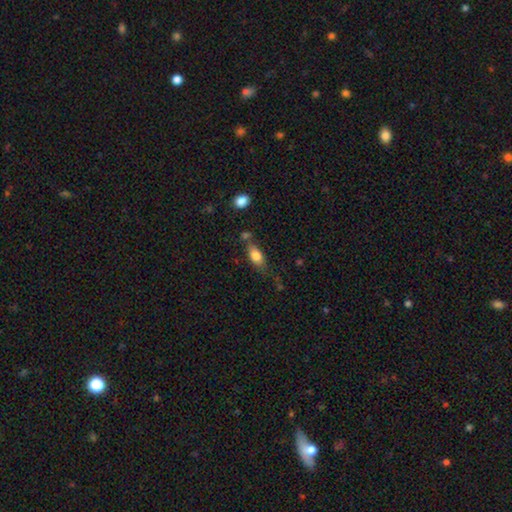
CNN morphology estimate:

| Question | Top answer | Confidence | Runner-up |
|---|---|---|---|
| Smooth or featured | smooth | 77% | featured or disk (15%) |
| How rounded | in between | 82% | cigar-shaped (12%) |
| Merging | none | 56% | minor disturbance (23%) |